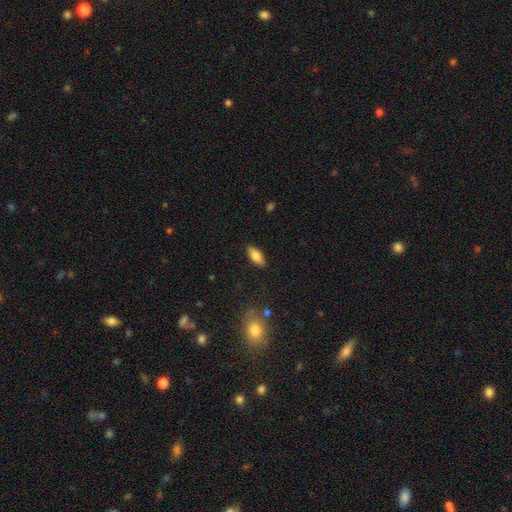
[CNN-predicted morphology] Q: Smooth or featured?
A: smooth (77%); runner-up: featured or disk (16%)
Q: How rounded?
A: in between (78%); runner-up: cigar-shaped (19%)
Q: Merging?
A: none (87%); runner-up: minor disturbance (9%)